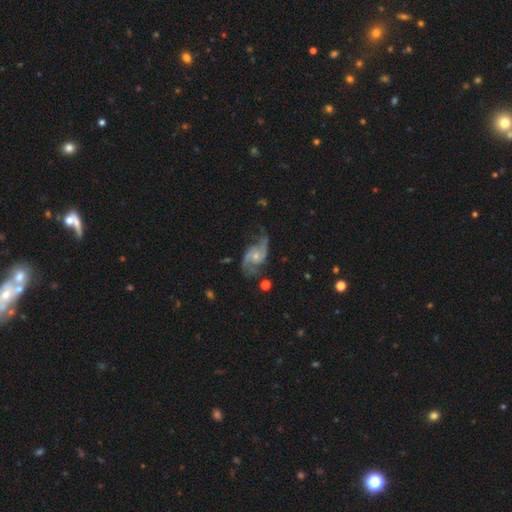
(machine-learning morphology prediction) This is clearly a featured or disk galaxy (88%). It is clearly not viewed edge-on (97%). Bar: likely no (66%). Spiral arm pattern: clearly yes (96%). Spiral arm count: clearly 2 (86%). Spiral winding: marginally loose (44%). Central bulge: possibly small (58%). Merging: possibly none (59%).